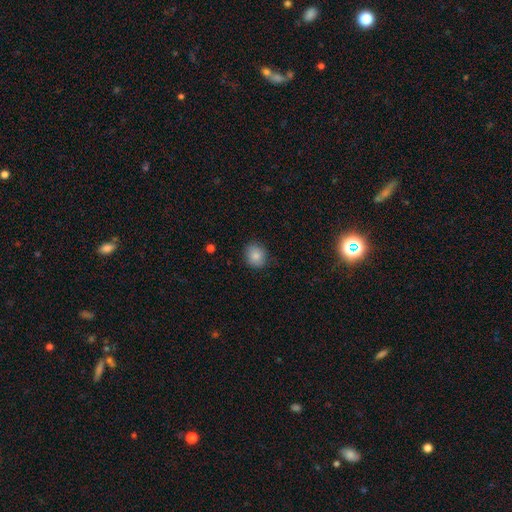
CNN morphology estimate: Smooth or featured?
  - smooth: 85% *
  - star or artifact: 9%
  - featured or disk: 6%
How rounded?
  - round: 80% *
  - in between: 19%
  - cigar-shaped: 1%
Merging?
  - none: 83% *
  - minor disturbance: 13%
  - major disturbance: 3%
  - merger: 1%